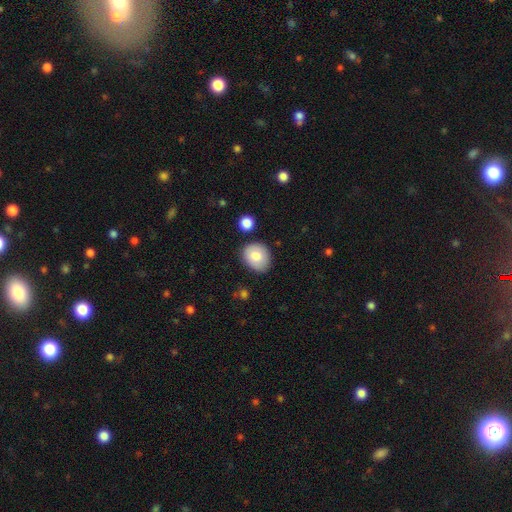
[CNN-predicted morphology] smooth_or_featured: smooth (p=0.82) [alt: featured or disk p=0.10]
how_rounded: round (p=0.55) [alt: in between p=0.44]
merging: none (p=0.77) [alt: minor disturbance p=0.16]